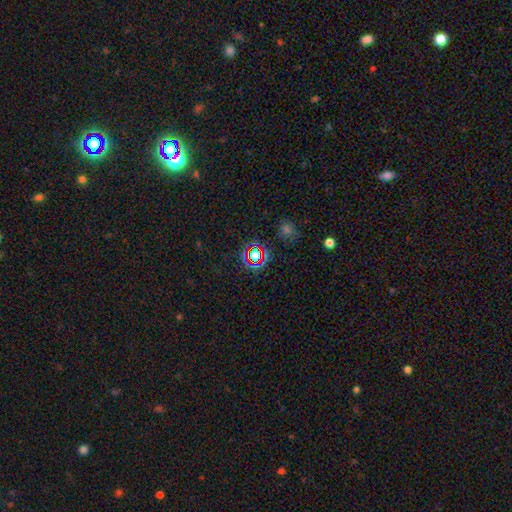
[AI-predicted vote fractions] smooth_or_featured: star or artifact (p=0.65) [alt: smooth p=0.24]